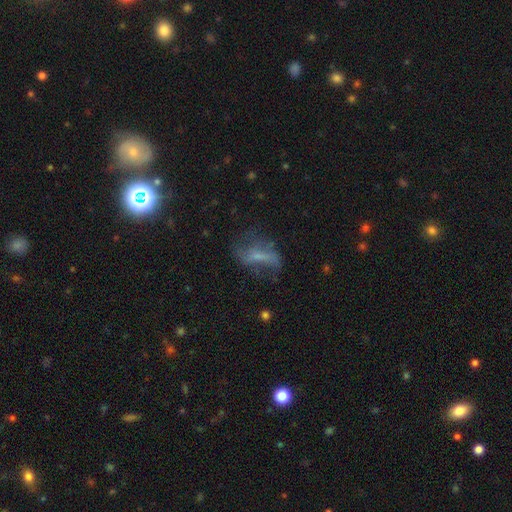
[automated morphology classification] This is possibly a featured or disk galaxy (51%). It is clearly not viewed edge-on (90%). Merging: marginally none (40%).